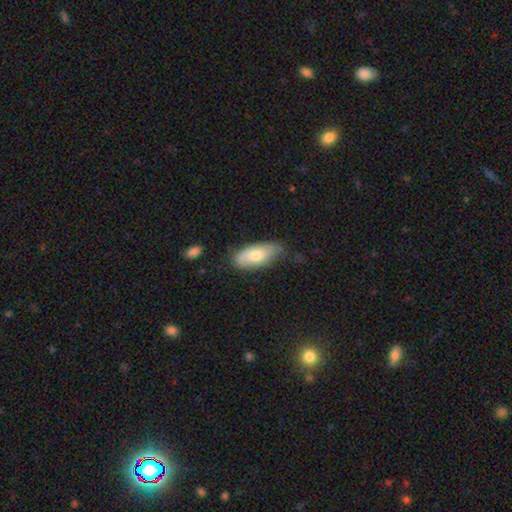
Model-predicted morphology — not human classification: A smooth galaxy with no disk features (70%) that is in between round and cigar-shaped (86%).

Vote fractions:
- Smooth or featured? smooth: 70% / featured or disk: 23% / star or artifact: 6%
- How rounded? in between: 86% / cigar-shaped: 12% / round: 2%
- Merging? none: 65% / minor disturbance: 28% / major disturbance: 5% / merger: 2%